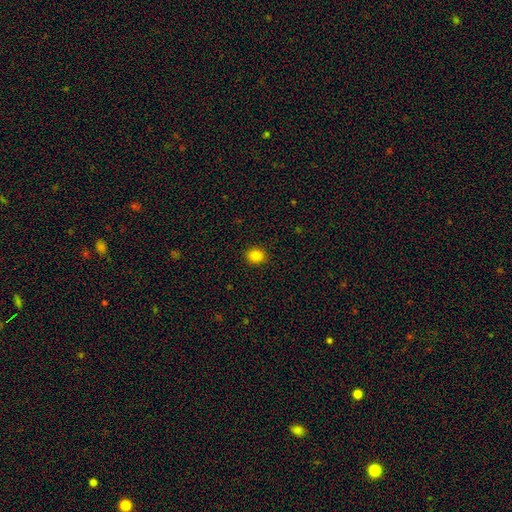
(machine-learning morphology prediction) A smooth galaxy with no disk features (84%) that is round (67%).

Vote fractions:
- Smooth or featured? smooth: 84% / star or artifact: 12% / featured or disk: 4%
- How rounded? round: 67% / in between: 33% / cigar-shaped: 1%
- Merging? none: 91% / minor disturbance: 6% / major disturbance: 2% / merger: 1%